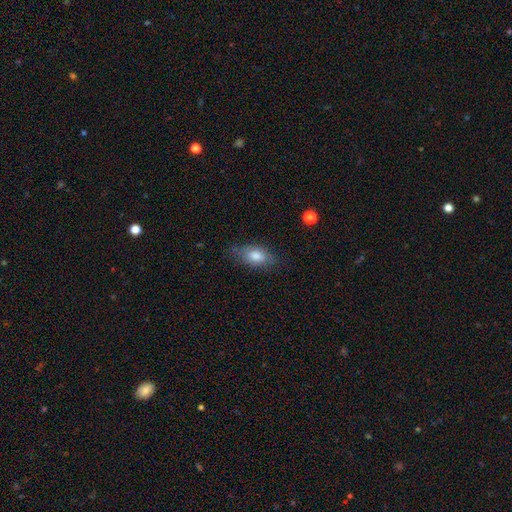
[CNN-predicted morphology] smooth 76%, featured or disk 15%, star or artifact 8%. Down the decision tree: how rounded — in between (86%); merging — none (72%).